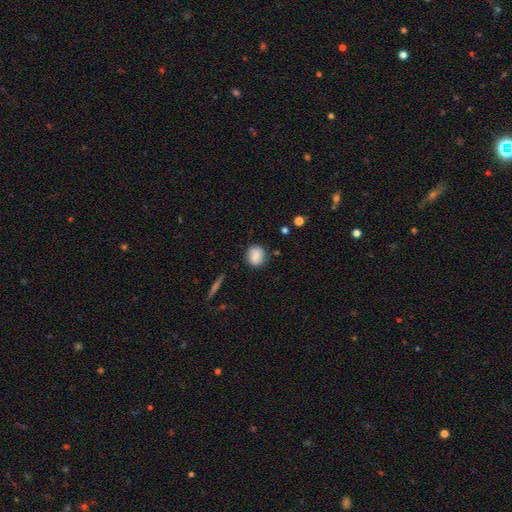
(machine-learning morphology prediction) Overall: smooth (75%). How rounded: round (78%). Merging: none (78%).